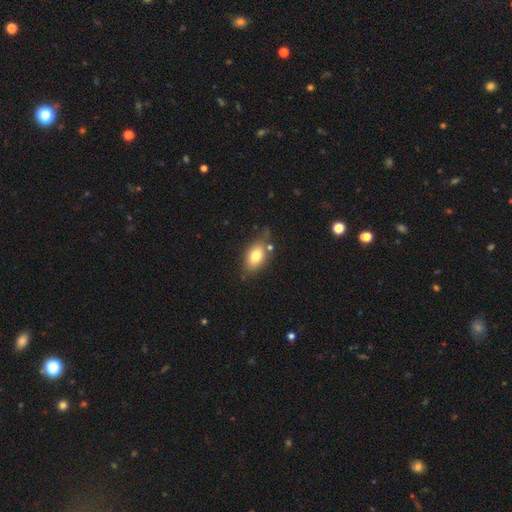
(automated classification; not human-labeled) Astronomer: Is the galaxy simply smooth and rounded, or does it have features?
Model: smooth — 76%.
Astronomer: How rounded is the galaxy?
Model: in between — 85%.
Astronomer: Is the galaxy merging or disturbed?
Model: none — 66%.